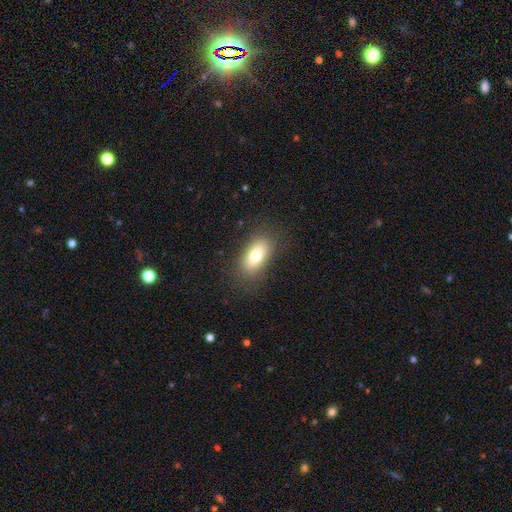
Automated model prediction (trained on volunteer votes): Smooth or featured? smooth (77%)
How rounded? in between (88%)
Merging? none (84%)